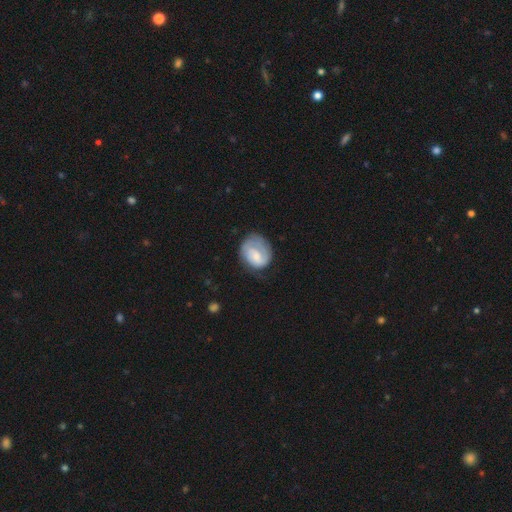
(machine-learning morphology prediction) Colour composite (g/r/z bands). It shows a featured or disk galaxy (51%) with no bar (56%), spiral arms (77%) and a small central bulge (43%). Merging: none (53%).